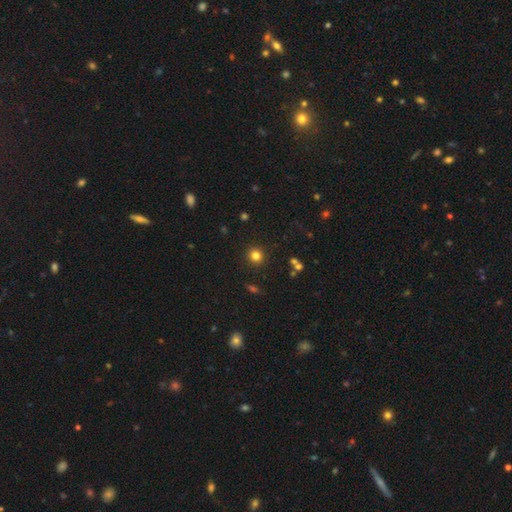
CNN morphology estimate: Smooth or featured?
  - smooth: 81% *
  - star or artifact: 14%
  - featured or disk: 6%
How rounded?
  - round: 93% *
  - in between: 6%
  - cigar-shaped: 1%
Merging?
  - none: 90% *
  - minor disturbance: 6%
  - major disturbance: 2%
  - merger: 2%